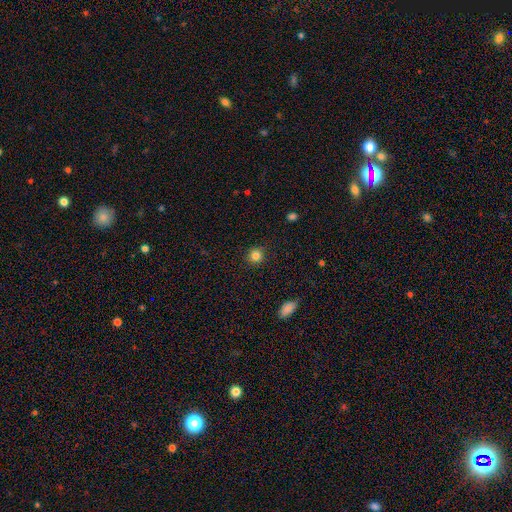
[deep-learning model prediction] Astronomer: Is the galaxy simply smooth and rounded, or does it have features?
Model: smooth — 84%.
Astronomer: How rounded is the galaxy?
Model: round — 92%.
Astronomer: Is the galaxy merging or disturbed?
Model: none — 88%.